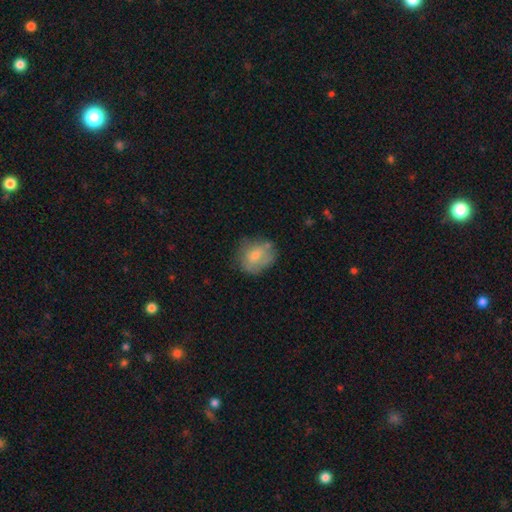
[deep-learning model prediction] A smooth galaxy with no disk features (67%) that is round (58%). Merging: none (59%).